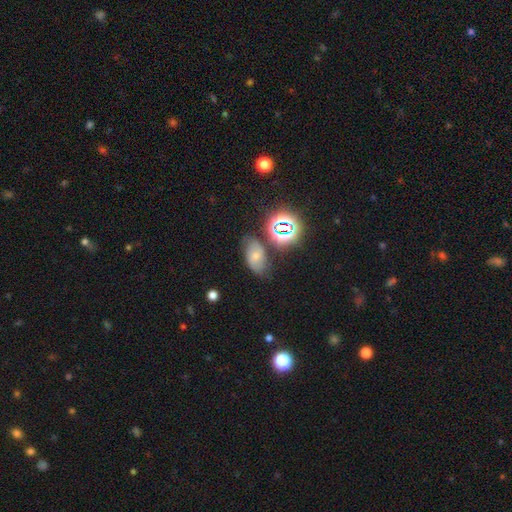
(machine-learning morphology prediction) smooth_or_featured: smooth (p=0.49) [alt: featured or disk p=0.27]
merging: none (p=0.66) [alt: minor disturbance p=0.21]